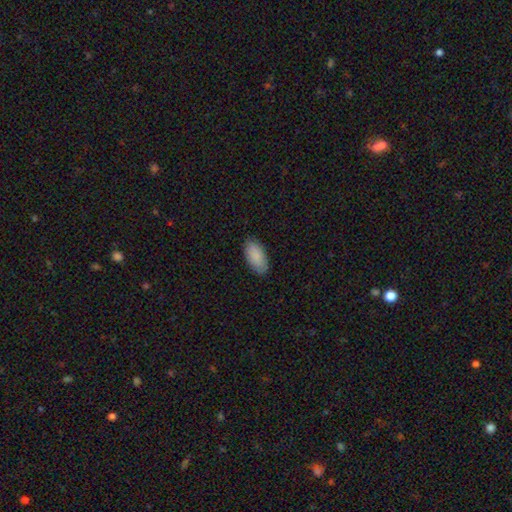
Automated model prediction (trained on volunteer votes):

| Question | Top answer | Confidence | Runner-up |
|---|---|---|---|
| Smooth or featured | smooth | 89% | star or artifact (6%) |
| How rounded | in between | 93% | cigar-shaped (5%) |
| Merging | none | 86% | minor disturbance (11%) |